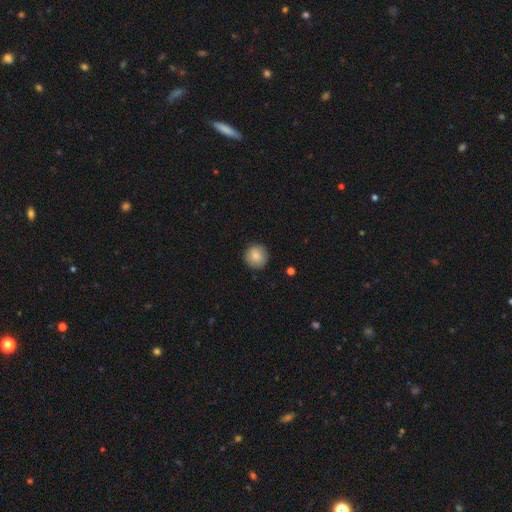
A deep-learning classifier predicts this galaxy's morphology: smooth_or_featured: smooth (p=0.84) [alt: star or artifact p=0.08]
how_rounded: round (p=0.95) [alt: in between p=0.04]
merging: none (p=0.90) [alt: minor disturbance p=0.07]